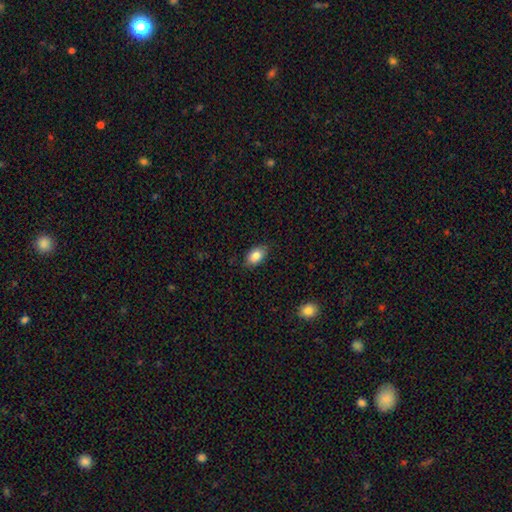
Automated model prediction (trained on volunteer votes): Overall: smooth (85%). How rounded: in between (88%). Merging: none (84%).